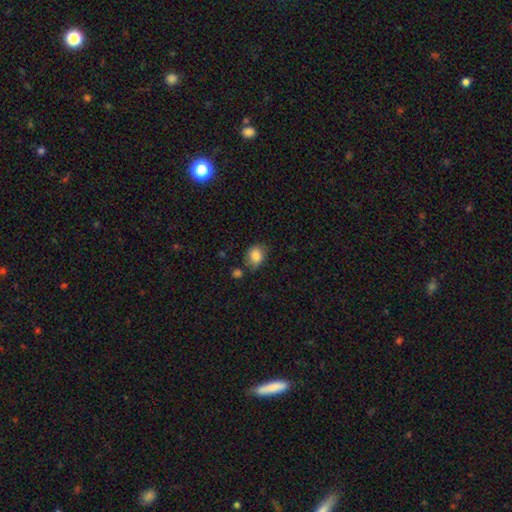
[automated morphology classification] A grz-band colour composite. It shows a smooth galaxy with no disk features (84%) that is in between round and cigar-shaped (51%). Merging: none (66%).